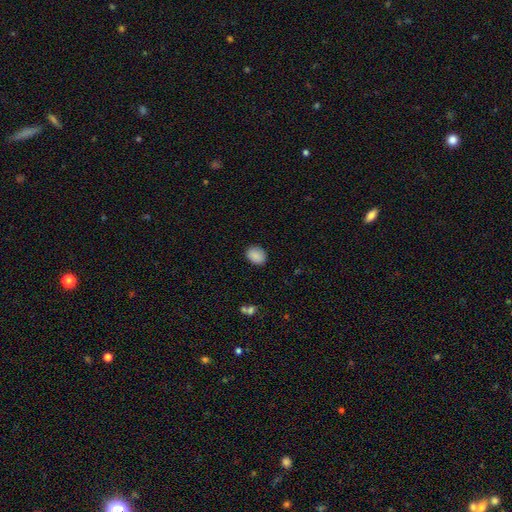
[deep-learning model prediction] Overall: smooth (89%). How rounded: in between (63%; round 36%). Merging: none (87%).